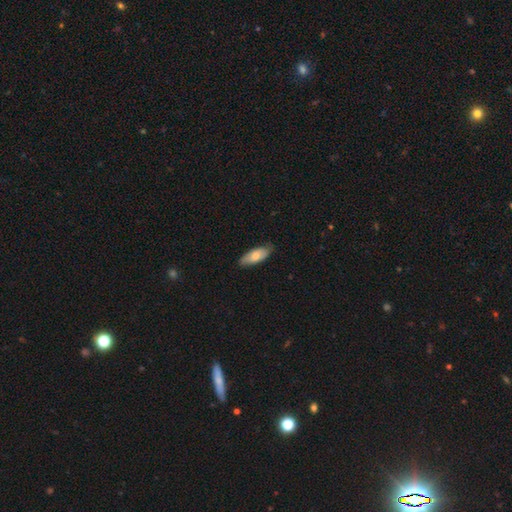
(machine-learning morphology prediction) type=smooth (71%); roundness=in between (79%); merging=none (81%).